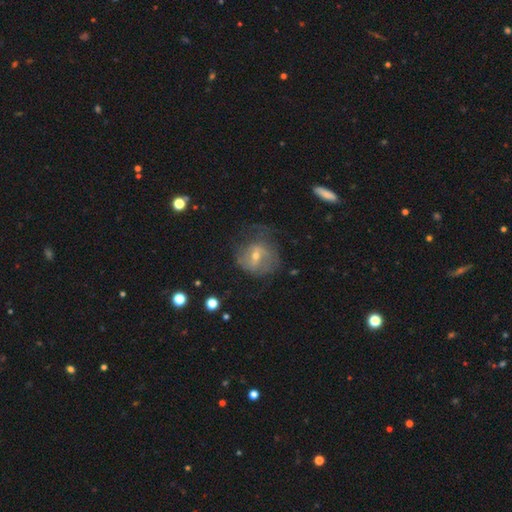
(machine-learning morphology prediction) featured or disk 66%, smooth 25%, star or artifact 9%. Down the decision tree: edge-on disk — no (96%); bar — weak (51%); spiral arms — yes (71%); bulge size — small (50%); merging — none (49%).